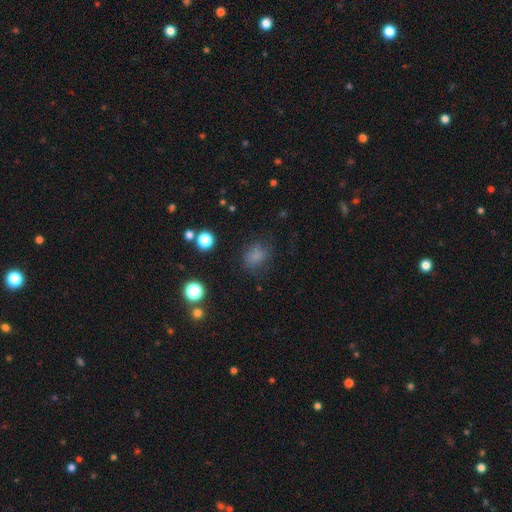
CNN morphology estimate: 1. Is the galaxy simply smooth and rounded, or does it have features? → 77% smooth, 16% star or artifact, 8% featured or disk.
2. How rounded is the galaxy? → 51% round, 48% in between, 1% cigar-shaped.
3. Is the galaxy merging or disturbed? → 73% none, 18% minor disturbance, 8% major disturbance, 2% merger.